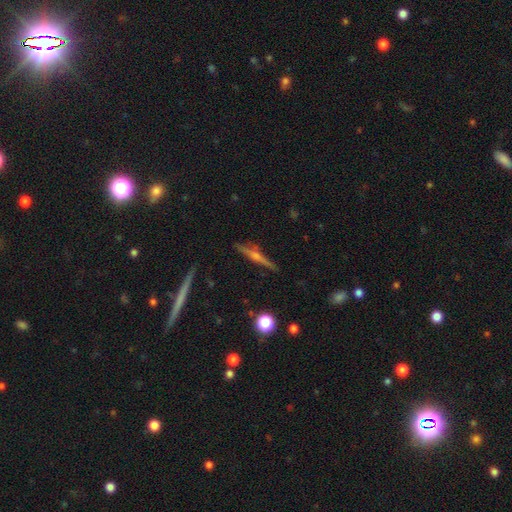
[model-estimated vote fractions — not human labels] featured or disk 73%, smooth 19%, star or artifact 8%. Down the decision tree: edge-on disk — yes (97%); edge-on bulge — rounded (74%); merging — none (87%).